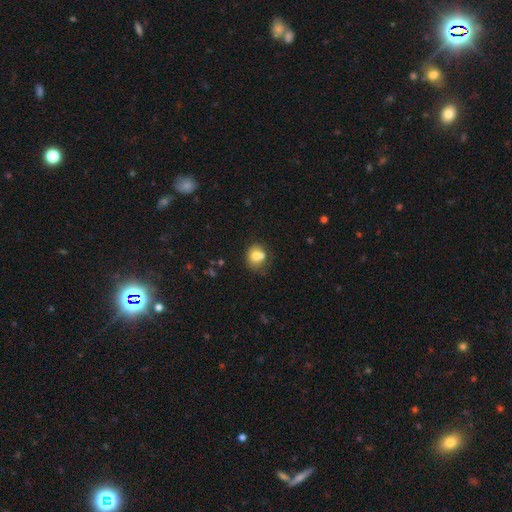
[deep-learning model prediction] Q: Smooth or featured?
A: smooth (73%); runner-up: featured or disk (17%)
Q: How rounded?
A: round (68%); runner-up: in between (31%)
Q: Merging?
A: none (42%); runner-up: merger (36%)